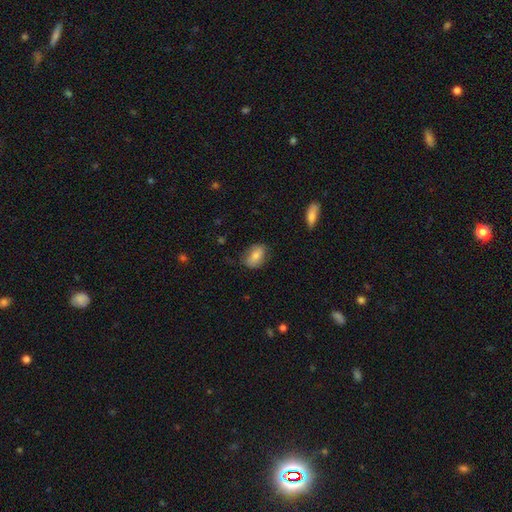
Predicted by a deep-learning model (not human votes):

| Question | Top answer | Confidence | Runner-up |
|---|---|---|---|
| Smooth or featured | smooth | 70% | featured or disk (23%) |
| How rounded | in between | 85% | round (13%) |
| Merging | none | 70% | minor disturbance (22%) |